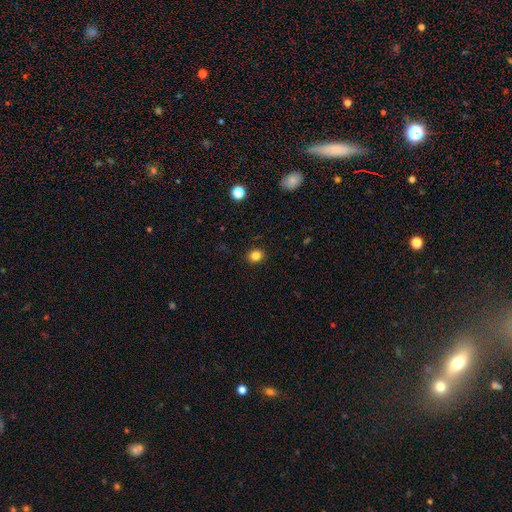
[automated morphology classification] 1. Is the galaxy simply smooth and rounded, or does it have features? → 83% smooth, 12% star or artifact, 5% featured or disk.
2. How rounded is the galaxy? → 75% round, 24% in between, 1% cigar-shaped.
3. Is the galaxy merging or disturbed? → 90% none, 7% minor disturbance, 2% major disturbance, 1% merger.